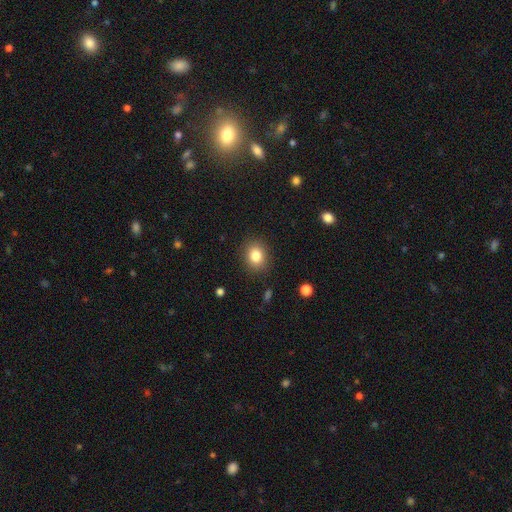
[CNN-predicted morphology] Q: Smooth or featured?
A: smooth (83%); runner-up: star or artifact (10%)
Q: How rounded?
A: round (60%); runner-up: in between (39%)
Q: Merging?
A: none (87%); runner-up: minor disturbance (9%)